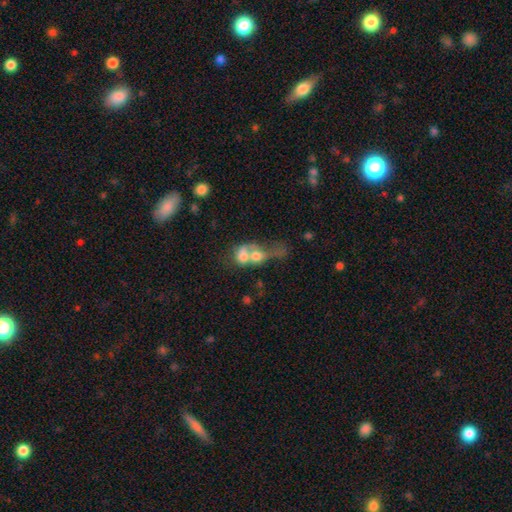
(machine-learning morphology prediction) Smooth or featured? smooth (60%)
How rounded? in between (51%)
Merging? merger (76%)